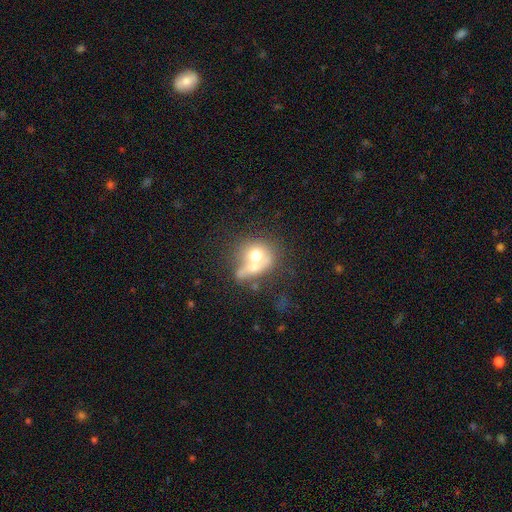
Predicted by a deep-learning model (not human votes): smooth_or_featured: smooth (p=0.61) [alt: featured or disk p=0.28]
how_rounded: round (p=0.68) [alt: in between p=0.31]
merging: merger (p=0.56) [alt: none p=0.21]